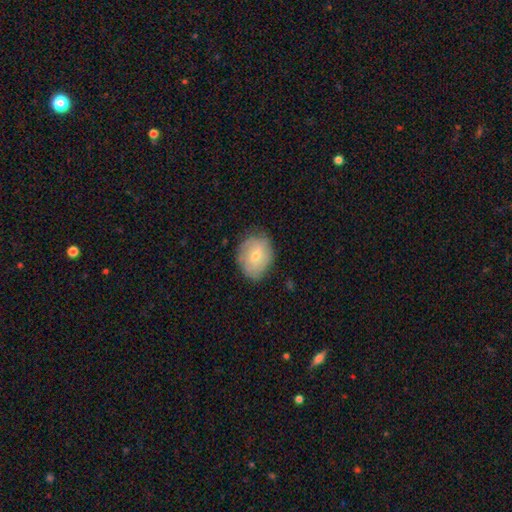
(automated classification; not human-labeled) A smooth galaxy with no disk features (54%) that is in between round and cigar-shaped (53%).

Vote fractions:
- Smooth or featured? smooth: 54% / featured or disk: 37% / star or artifact: 8%
- How rounded? in between: 53% / round: 46% / cigar-shaped: 1%
- Merging? none: 74% / minor disturbance: 21% / major disturbance: 5% / merger: 1%